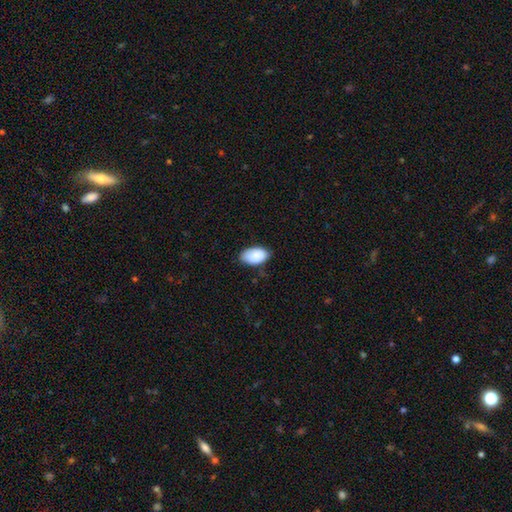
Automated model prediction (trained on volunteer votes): smooth 87%, star or artifact 6%, featured or disk 6%. Down the decision tree: how rounded — in between (94%); merging — none (73%).